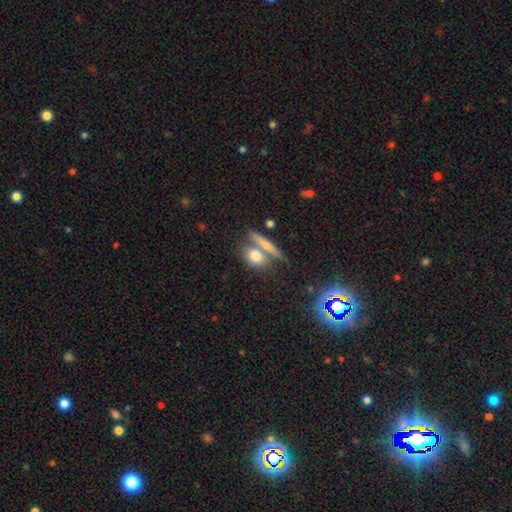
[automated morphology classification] A smooth galaxy with no disk features (74%) that is in between round and cigar-shaped (49%).

Vote fractions:
- Smooth or featured? smooth: 74% / featured or disk: 17% / star or artifact: 9%
- How rounded? in between: 49% / round: 31% / cigar-shaped: 20%
- Merging? none: 49% / merger: 35% / minor disturbance: 11% / major disturbance: 5%